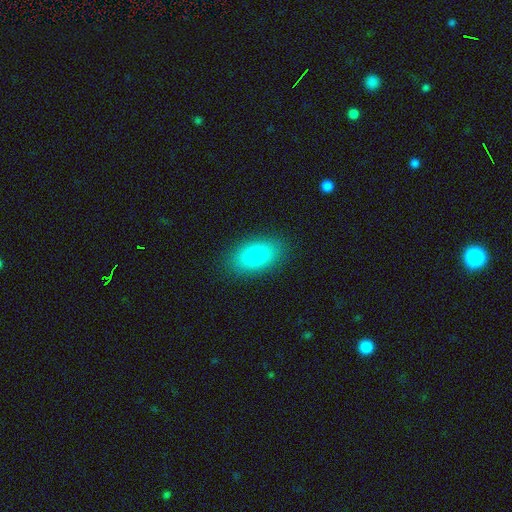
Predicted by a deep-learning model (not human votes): Q: Smooth or featured?
A: smooth (81%); runner-up: featured or disk (11%)
Q: How rounded?
A: in between (92%); runner-up: round (6%)
Q: Merging?
A: none (87%); runner-up: minor disturbance (9%)